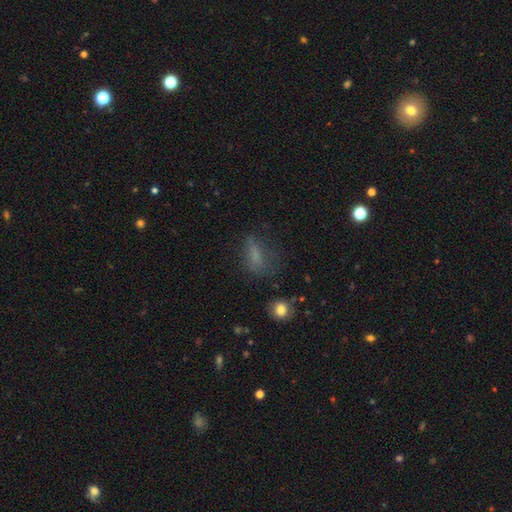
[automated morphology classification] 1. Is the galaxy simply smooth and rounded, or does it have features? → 62% smooth, 20% star or artifact, 19% featured or disk.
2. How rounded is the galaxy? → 58% in between, 29% cigar-shaped, 12% round.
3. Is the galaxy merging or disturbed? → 50% none, 24% minor disturbance, 23% major disturbance, 3% merger.